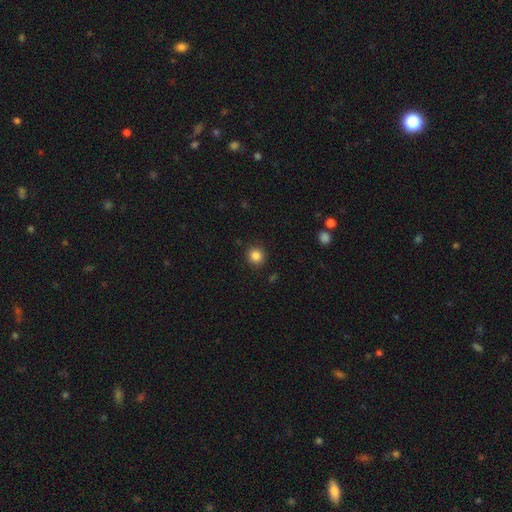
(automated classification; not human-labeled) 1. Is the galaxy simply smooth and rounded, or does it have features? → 85% smooth, 11% star or artifact, 4% featured or disk.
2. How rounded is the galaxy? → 92% round, 7% in between, 1% cigar-shaped.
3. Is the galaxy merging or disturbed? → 90% none, 6% minor disturbance, 2% major disturbance, 1% merger.